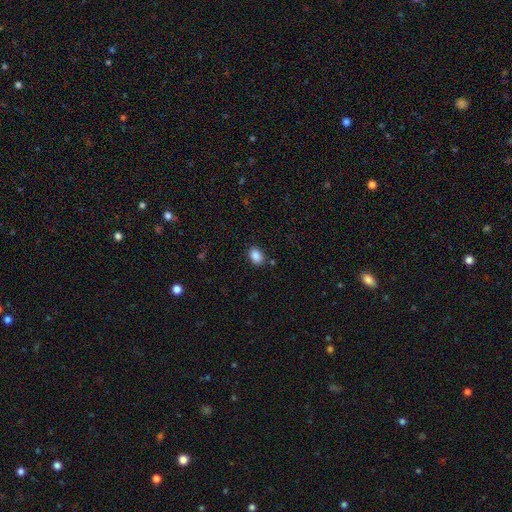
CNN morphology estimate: Overall: smooth (87%). How rounded: in between (79%). Merging: none (84%).